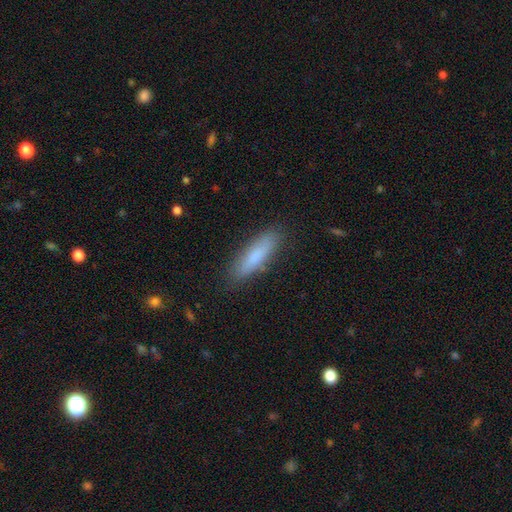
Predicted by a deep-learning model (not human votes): Overall: smooth (80%). How rounded: cigar-shaped (70%). Merging: none (86%).